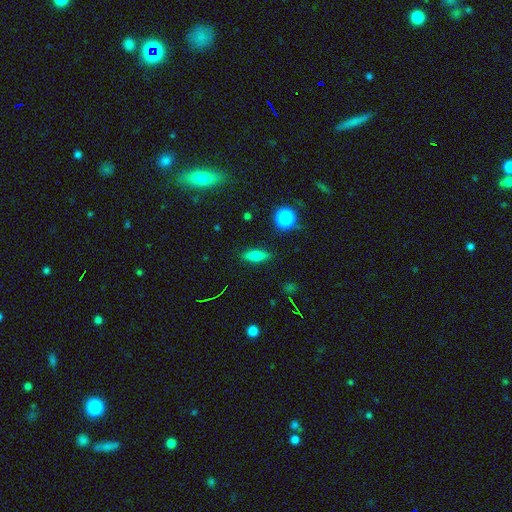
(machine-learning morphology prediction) Smooth or featured: smooth — 70% (featured or disk — 18%)
How rounded: in between — 50% (cigar-shaped — 45%)
Merging: none — 87% (minor disturbance — 9%)